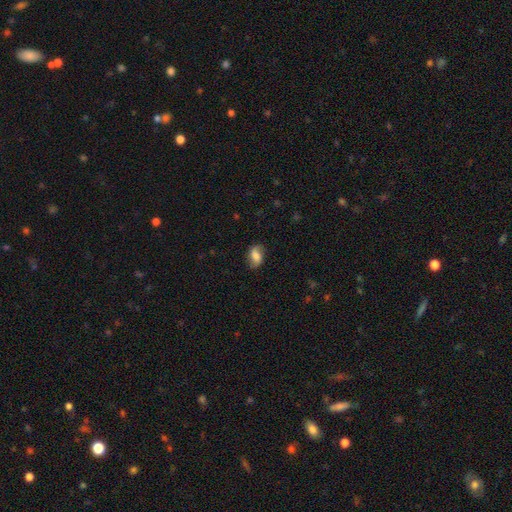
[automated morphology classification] Smooth or featured? Predicted: smooth (p=0.59). How rounded? Predicted: in between (p=0.81). Merging? Predicted: none (p=0.76).